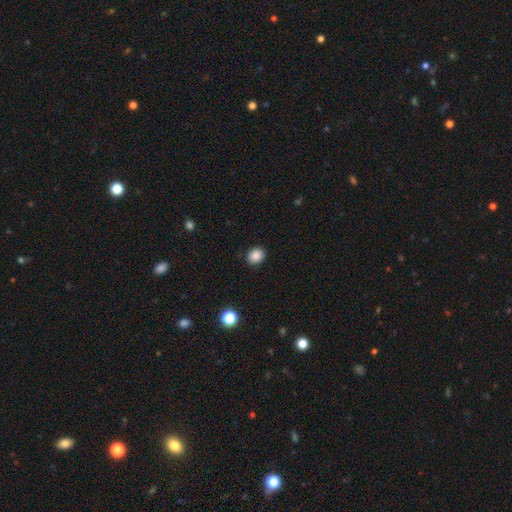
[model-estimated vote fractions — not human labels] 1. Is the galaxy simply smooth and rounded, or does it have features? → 87% smooth, 10% star or artifact, 3% featured or disk.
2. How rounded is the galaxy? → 67% round, 32% in between, 1% cigar-shaped.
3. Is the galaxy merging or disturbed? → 90% none, 7% minor disturbance, 2% major disturbance, 1% merger.